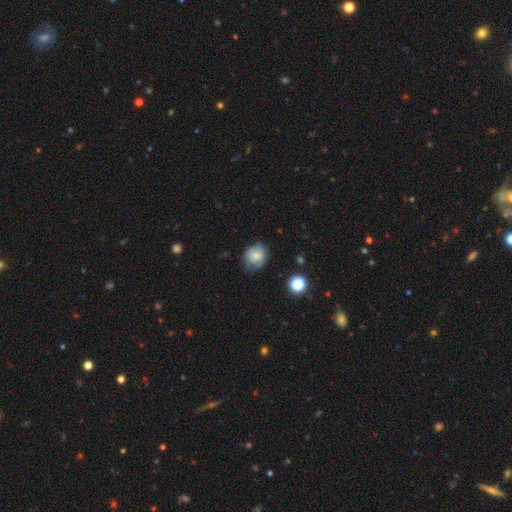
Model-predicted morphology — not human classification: smooth_or_featured: smooth (p=0.71) [alt: featured or disk p=0.19]
how_rounded: round (p=0.60) [alt: in between p=0.39]
merging: none (p=0.61) [alt: minor disturbance p=0.28]